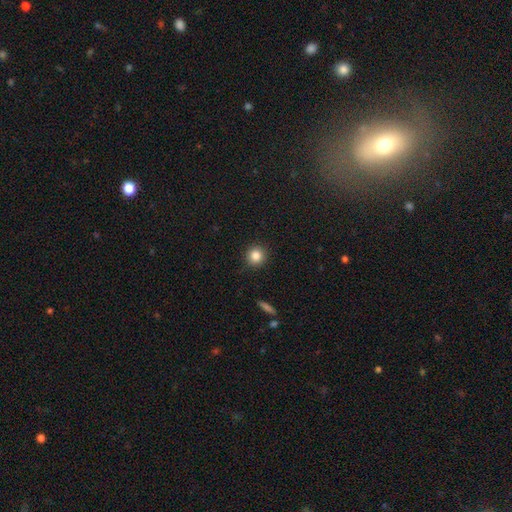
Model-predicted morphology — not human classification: This appears to be a smooth galaxy with no disk features (84%) that is round (93%). Merging: none (91%).